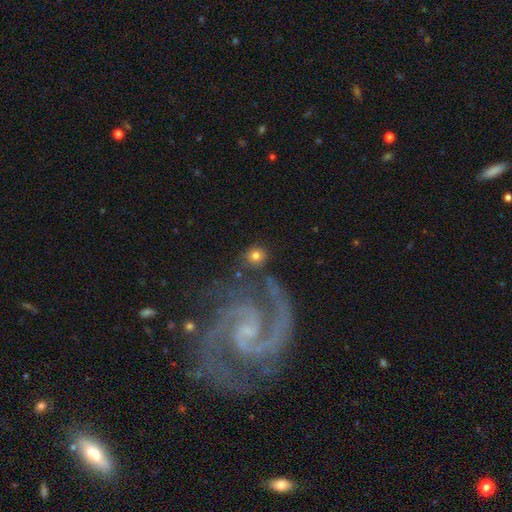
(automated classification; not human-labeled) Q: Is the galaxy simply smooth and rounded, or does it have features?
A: smooth — 76%.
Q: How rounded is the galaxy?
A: round — 86%.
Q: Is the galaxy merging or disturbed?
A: none — 78%.